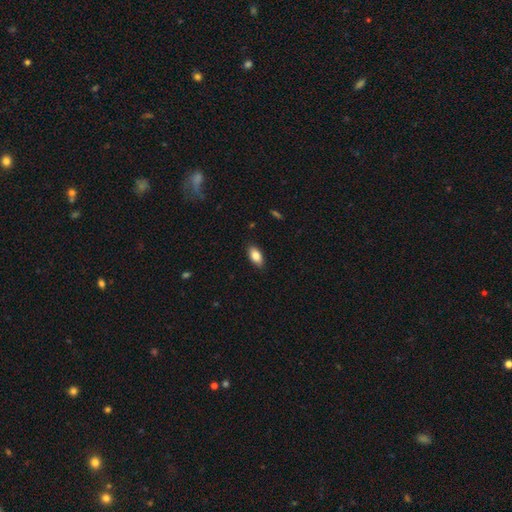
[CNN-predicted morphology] Smooth or featured? Predicted: smooth (p=0.84). How rounded? Predicted: in between (p=0.91). Merging? Predicted: none (p=0.87).